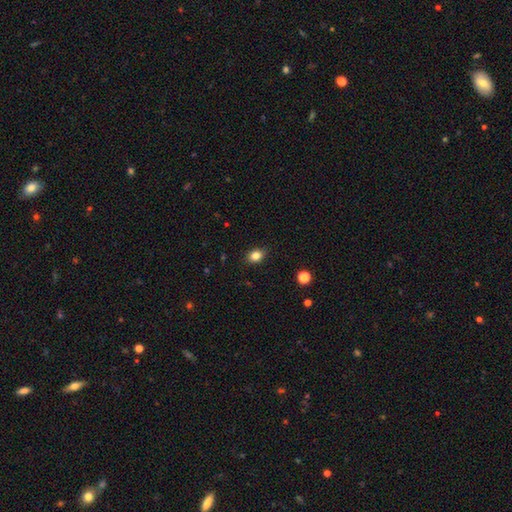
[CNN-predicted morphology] Overall: smooth (84%). How rounded: in between (62%; round 37%). Merging: none (87%).